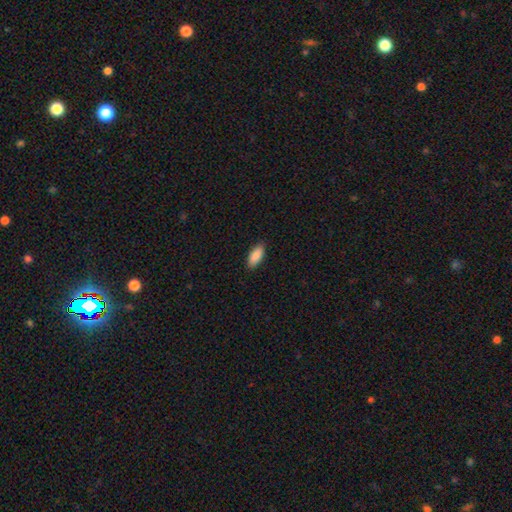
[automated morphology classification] A smooth galaxy with no disk features (89%) that is in between round and cigar-shaped (82%).

Vote fractions:
- Smooth or featured? smooth: 89% / star or artifact: 6% / featured or disk: 5%
- How rounded? in between: 82% / cigar-shaped: 16% / round: 2%
- Merging? none: 89% / minor disturbance: 9% / major disturbance: 2% / merger: 1%